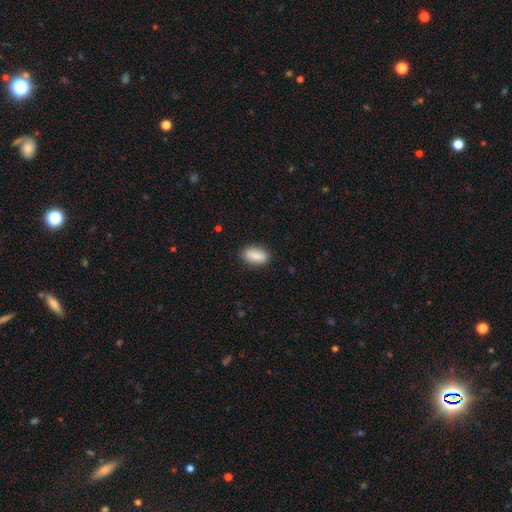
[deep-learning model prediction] Q: Smooth or featured?
A: smooth (85%); runner-up: featured or disk (9%)
Q: How rounded?
A: in between (88%); runner-up: cigar-shaped (6%)
Q: Merging?
A: none (86%); runner-up: minor disturbance (11%)